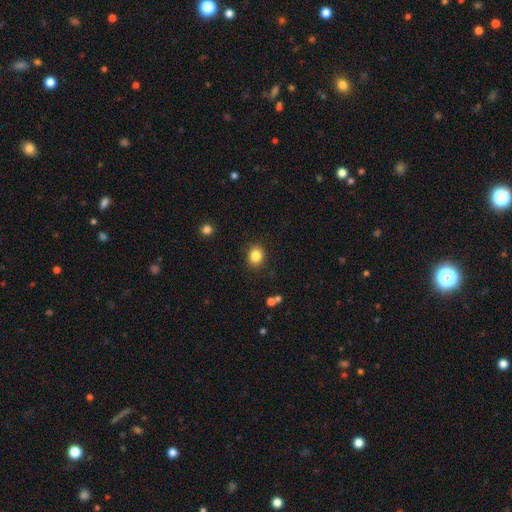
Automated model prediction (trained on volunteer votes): smooth 85%, star or artifact 10%, featured or disk 5%. Down the decision tree: how rounded — round (66%); merging — none (88%).